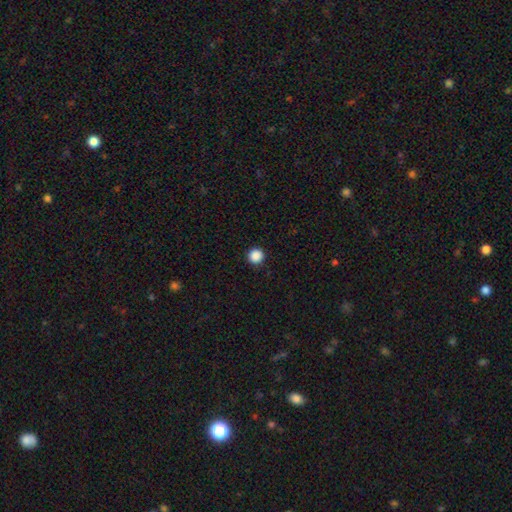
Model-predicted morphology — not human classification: Smooth or featured?
  - smooth: 88% *
  - star or artifact: 10%
  - featured or disk: 2%
How rounded?
  - round: 96% *
  - in between: 3%
  - cigar-shaped: 1%
Merging?
  - none: 94% *
  - minor disturbance: 4%
  - major disturbance: 2%
  - merger: 1%